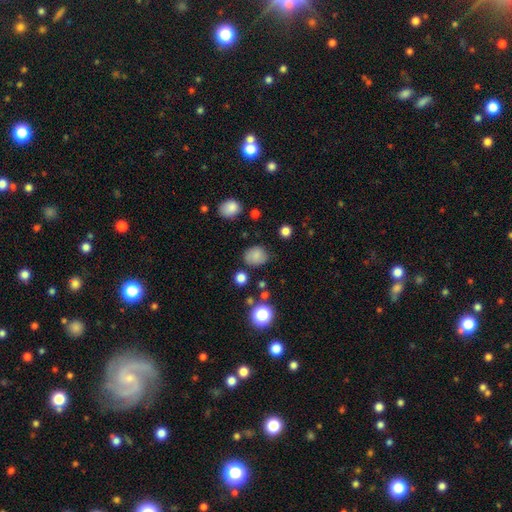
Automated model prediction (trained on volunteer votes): Morphology: type=smooth (81%); roundness=round (58%); merging=none (72%).